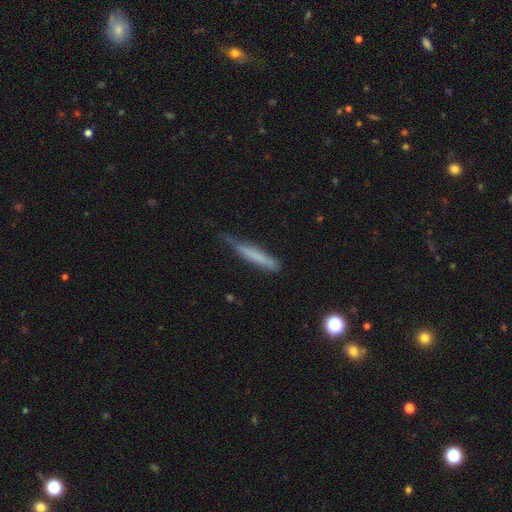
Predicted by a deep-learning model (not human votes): Smooth or featured?
  - smooth: 64% *
  - featured or disk: 28%
  - star or artifact: 7%
How rounded?
  - cigar-shaped: 94% *
  - in between: 4%
  - round: 1%
Merging?
  - none: 56% *
  - minor disturbance: 33%
  - major disturbance: 8%
  - merger: 3%